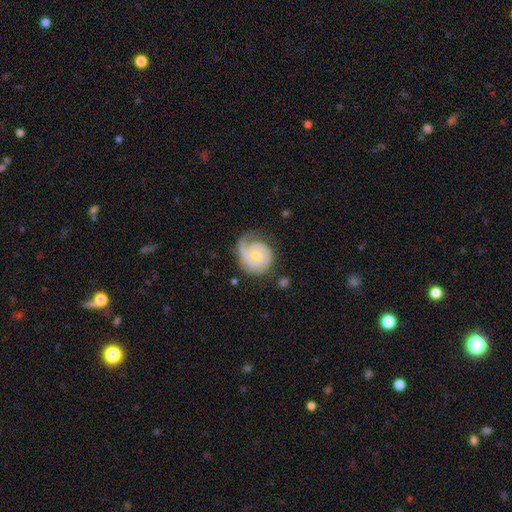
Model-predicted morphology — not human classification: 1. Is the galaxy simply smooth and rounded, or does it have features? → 84% featured or disk, 12% smooth, 4% star or artifact.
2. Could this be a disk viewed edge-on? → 98% no, 2% yes.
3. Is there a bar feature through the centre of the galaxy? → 63% no, 31% weak, 6% strong.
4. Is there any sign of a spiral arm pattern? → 95% yes, 5% no.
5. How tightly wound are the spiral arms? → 65% tight, 27% medium, 8% loose.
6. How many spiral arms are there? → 40% 2, 36% 1, 11% can't tell, 8% 3, 2% 4, 2% more than 4.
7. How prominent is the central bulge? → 49% moderate, 46% small, 2% none, 2% large, 1% dominant.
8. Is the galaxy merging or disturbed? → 59% none, 25% minor disturbance, 14% major disturbance, 2% merger.